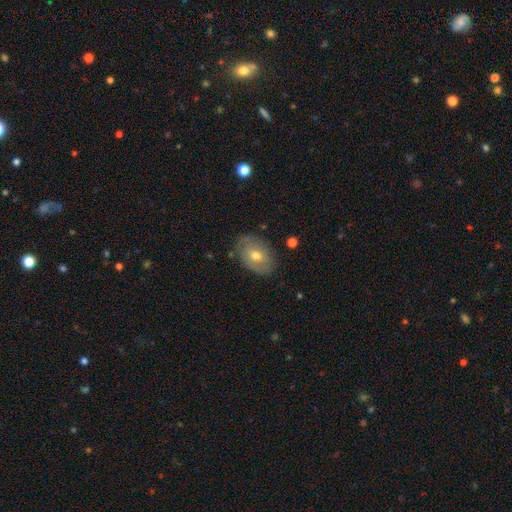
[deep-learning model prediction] Overall: smooth (48%; featured or disk 45%). Merging: none (75%).